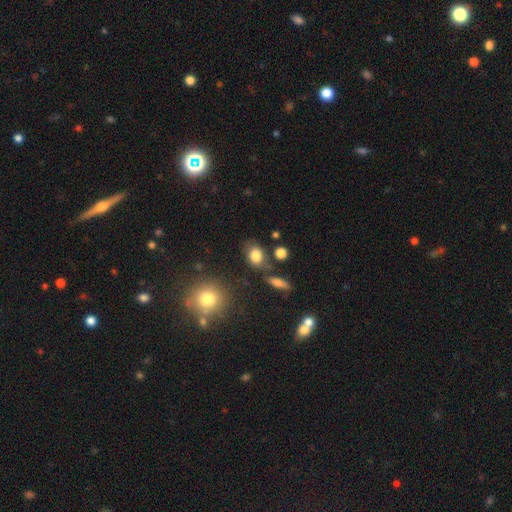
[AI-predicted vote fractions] Smooth or featured? smooth (81%)
How rounded? in between (64%)
Merging? none (67%)